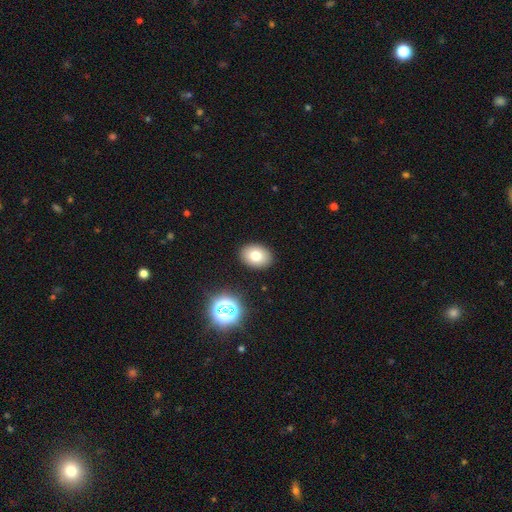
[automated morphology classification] The model was most divided on "how rounded": in between: 66%, round: 33%, cigar-shaped: 1%. More confident: merging — none (89%); smooth or featured — smooth (76%).